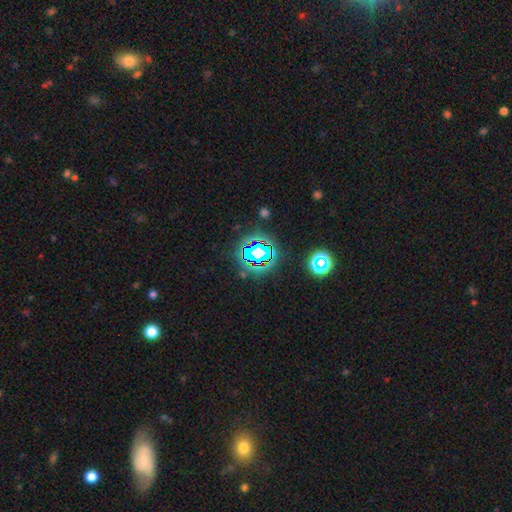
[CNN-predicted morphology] A star or artifact, not a galaxy (76%).

Vote fractions:
- Smooth or featured? star or artifact: 76% / smooth: 15% / featured or disk: 9%